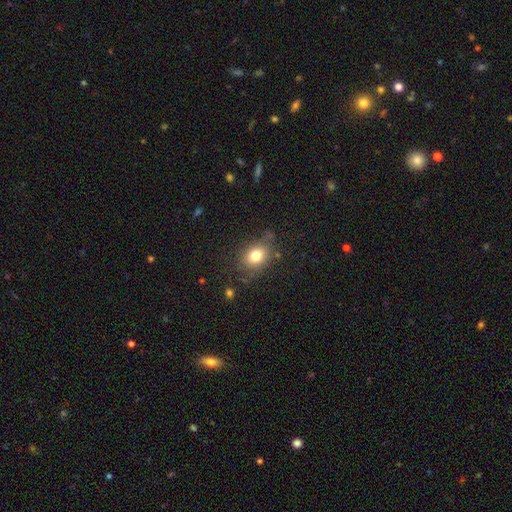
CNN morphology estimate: smooth_or_featured: smooth (p=0.80) [alt: star or artifact p=0.11]
how_rounded: in between (p=0.54) [alt: round p=0.45]
merging: none (p=0.74) [alt: minor disturbance p=0.18]